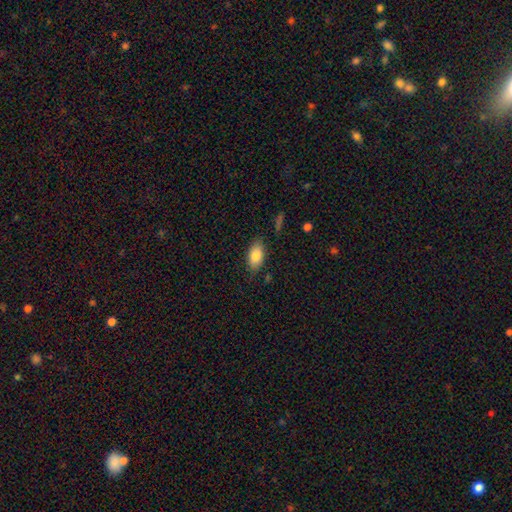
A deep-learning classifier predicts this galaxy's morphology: The model was most divided on "merging": none: 82%, minor disturbance: 13%, major disturbance: 3%, merger: 2%. More confident: how rounded — in between (90%); smooth or featured — smooth (82%).